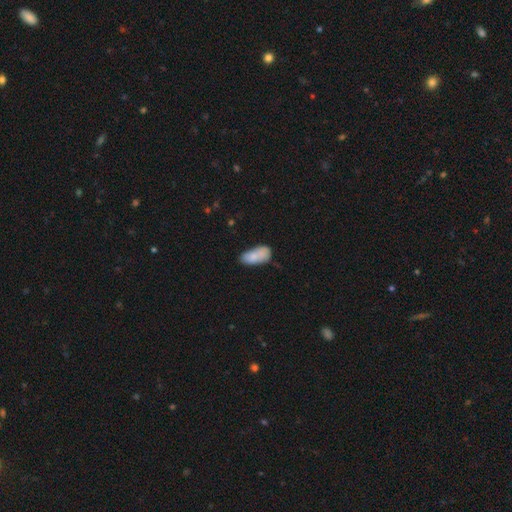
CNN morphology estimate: This is clearly a smooth galaxy (82%). How rounded: clearly in between (90%). Merging: possibly none (55%).